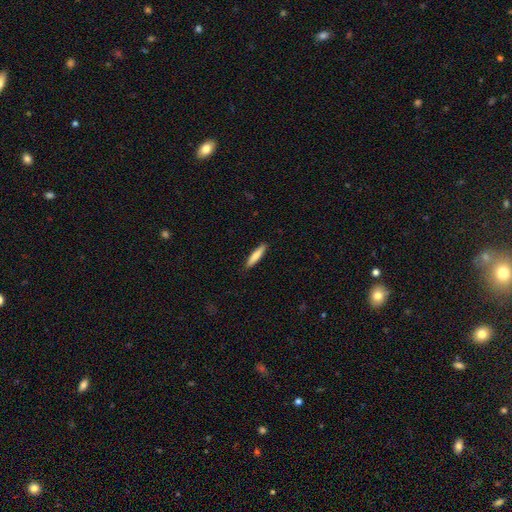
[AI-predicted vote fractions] Overall: smooth (77%). How rounded: cigar-shaped (86%). Merging: none (90%).